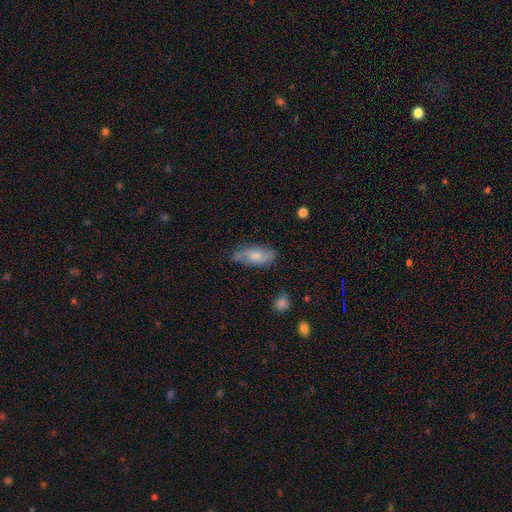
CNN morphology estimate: A smooth galaxy with no disk features (64%) that is in between round and cigar-shaped (84%).

Vote fractions:
- Smooth or featured? smooth: 64% / featured or disk: 29% / star or artifact: 7%
- How rounded? in between: 84% / cigar-shaped: 13% / round: 3%
- Merging? none: 68% / minor disturbance: 24% / major disturbance: 6% / merger: 3%